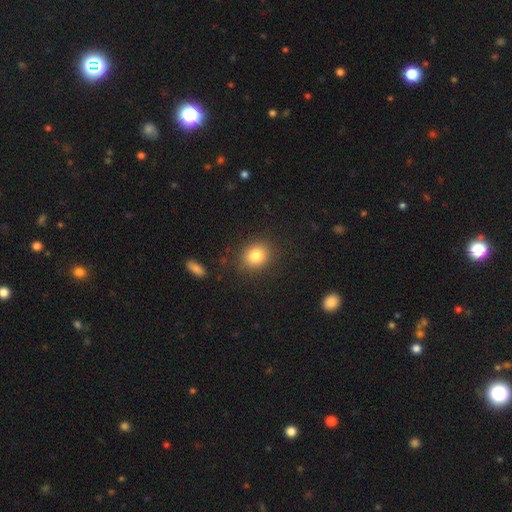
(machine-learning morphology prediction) The model was most divided on "how rounded": round: 64%, in between: 35%, cigar-shaped: 1%. More confident: merging — none (85%); smooth or featured — smooth (83%).